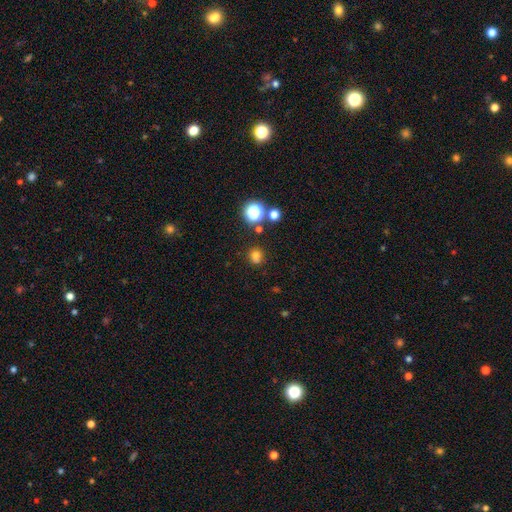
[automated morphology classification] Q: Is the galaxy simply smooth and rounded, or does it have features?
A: smooth — 73%.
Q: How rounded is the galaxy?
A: round — 83%.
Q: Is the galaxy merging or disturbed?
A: none — 75%.